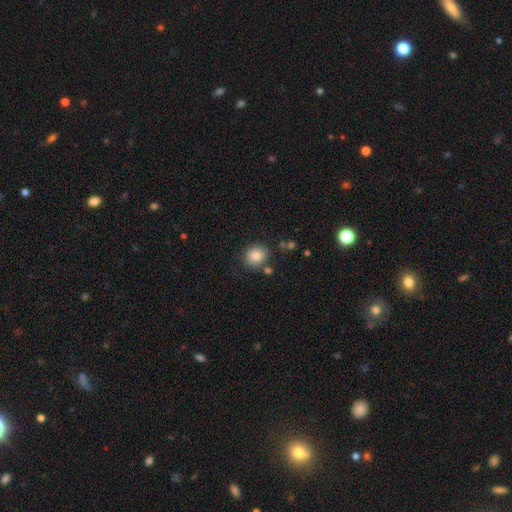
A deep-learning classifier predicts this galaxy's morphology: smooth-or-featured: smooth: 85% | star or artifact: 10% | featured or disk: 5%
  how-rounded: round: 77% | in between: 22% | cigar-shaped: 1%
  merging: none: 78% | minor disturbance: 12% | merger: 6% | major disturbance: 4%